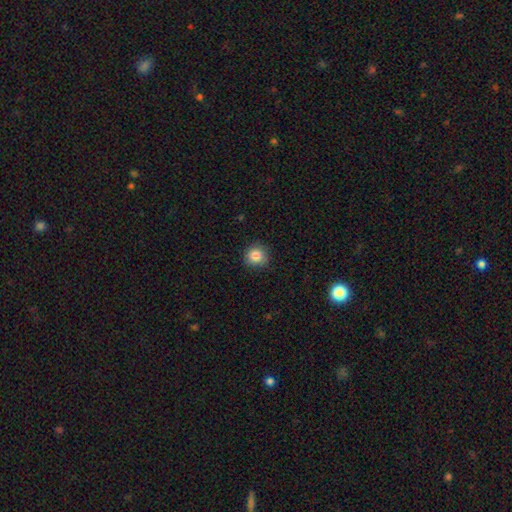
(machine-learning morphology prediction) smooth 86%, star or artifact 10%, featured or disk 5%. Down the decision tree: how rounded — round (91%); merging — none (87%).